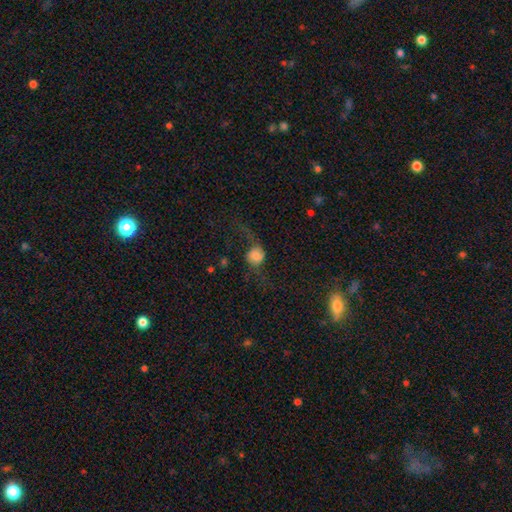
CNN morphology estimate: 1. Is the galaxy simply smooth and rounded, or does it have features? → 47% smooth, 41% featured or disk, 11% star or artifact.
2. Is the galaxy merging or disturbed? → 47% none, 32% major disturbance, 17% minor disturbance, 4% merger.